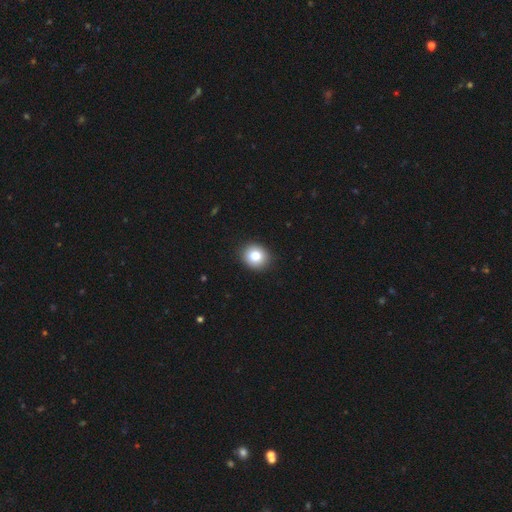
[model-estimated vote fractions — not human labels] The model was most divided on "how rounded": round: 77%, in between: 22%, cigar-shaped: 1%. More confident: merging — none (91%); smooth or featured — smooth (82%).